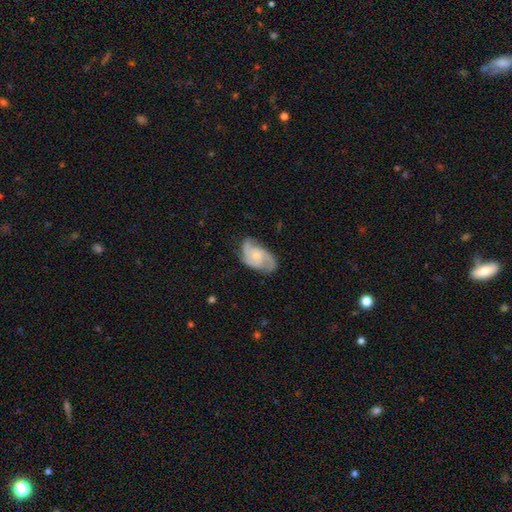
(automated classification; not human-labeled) Overall: featured or disk (75%). Edge-on disk: no (97%). Bar: no (69%). Spiral arms: yes (94%). Spiral arm count: 2 (55%; 3 25%). Spiral winding: medium (49%; tight 28%). Bulge size: small (60%; moderate 29%). Merging: none (65%).